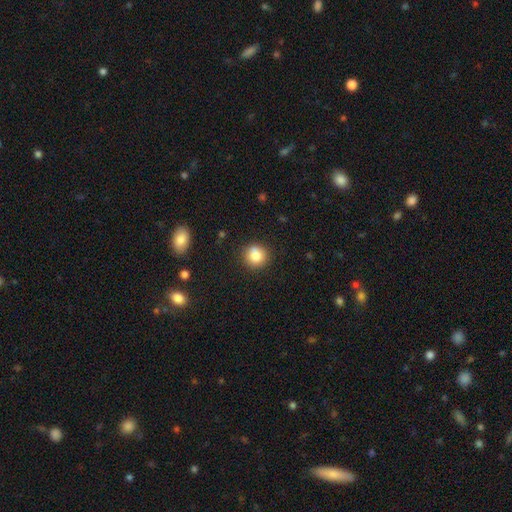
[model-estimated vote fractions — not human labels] smooth-or-featured: smooth: 82% | star or artifact: 11% | featured or disk: 8%
  how-rounded: round: 91% | in between: 8% | cigar-shaped: 1%
  merging: none: 82% | minor disturbance: 10% | merger: 5% | major disturbance: 3%